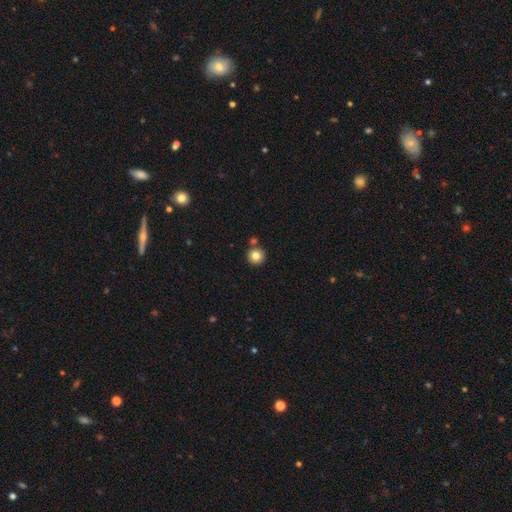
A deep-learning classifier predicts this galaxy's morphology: A smooth galaxy with no disk features (81%) that is round (95%).

Vote fractions:
- Smooth or featured? smooth: 81% / star or artifact: 11% / featured or disk: 8%
- How rounded? round: 95% / in between: 4% / cigar-shaped: 1%
- Merging? none: 80% / merger: 11% / minor disturbance: 7% / major disturbance: 2%